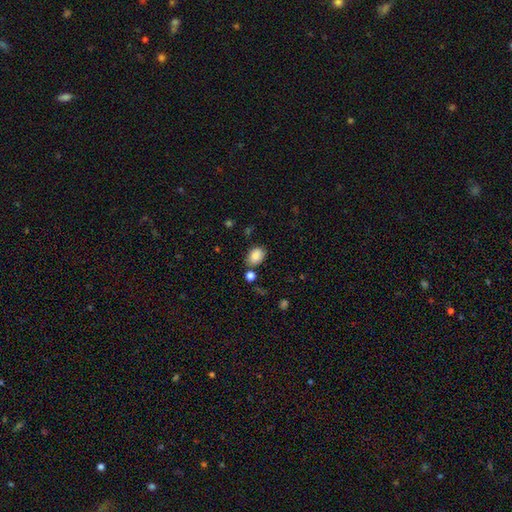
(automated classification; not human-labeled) This is clearly a smooth galaxy (86%). How rounded: likely in between (77%). Merging: likely none (74%).